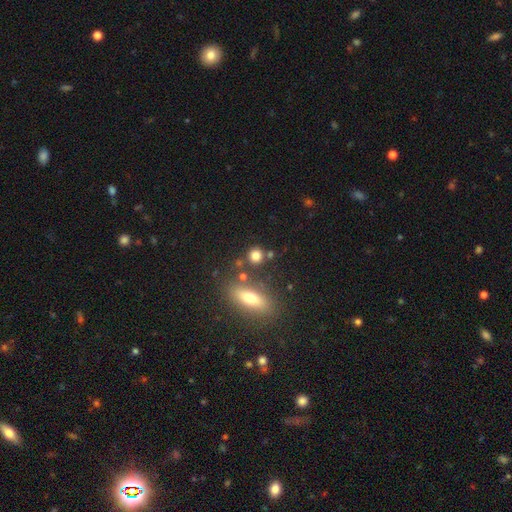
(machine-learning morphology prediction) A smooth galaxy with no disk features (78%) that is round (82%). Merging: none (75%).